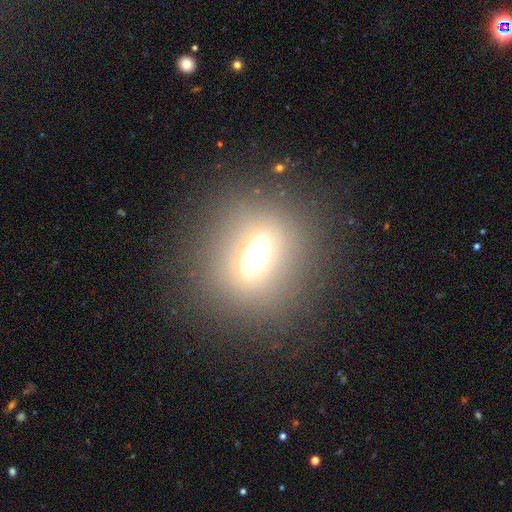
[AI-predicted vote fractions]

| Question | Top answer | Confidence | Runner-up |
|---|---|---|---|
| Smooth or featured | smooth | 43% | featured or disk (36%) |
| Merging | none | 79% | minor disturbance (11%) |